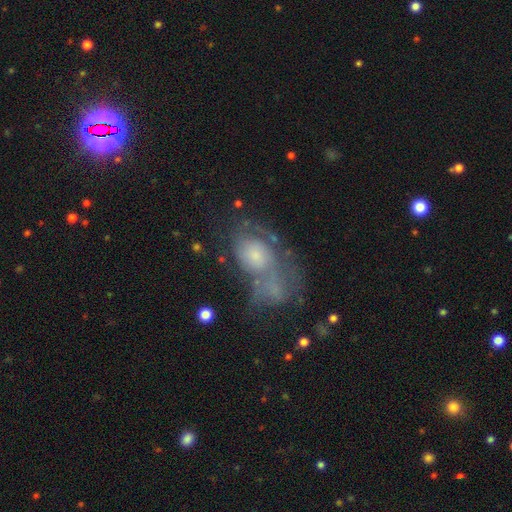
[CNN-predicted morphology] featured or disk 56%, smooth 34%, star or artifact 10%. Down the decision tree: edge-on disk — no (96%); bar — no (80%); spiral arms — yes (64%); bulge size — small (42%); merging — major disturbance (30%).